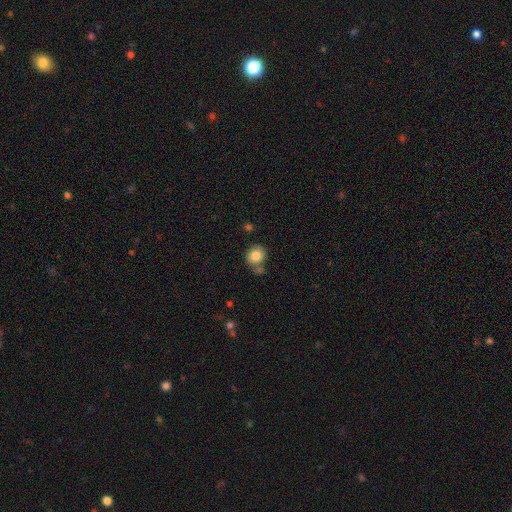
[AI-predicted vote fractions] Morphology: type=smooth (83%); roundness=round (82%); merging=none (62%).